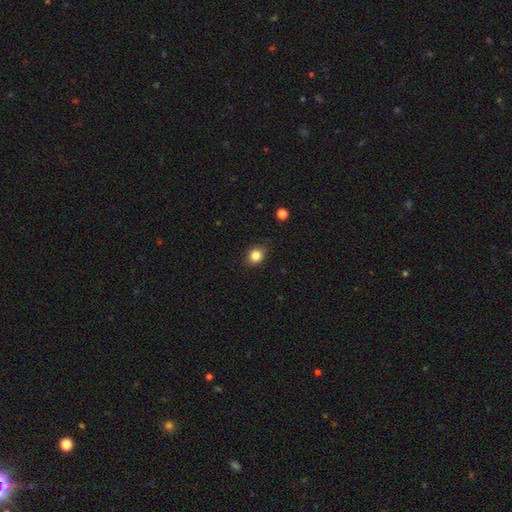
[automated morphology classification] Overall: smooth (84%). How rounded: round (63%; in between 36%). Merging: none (82%).